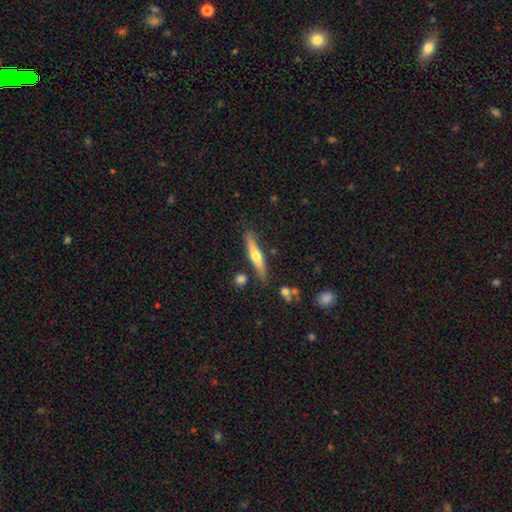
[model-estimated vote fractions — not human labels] featured or disk 52%, smooth 42%, star or artifact 6%. Down the decision tree: edge-on disk — yes (94%); merging — none (82%).